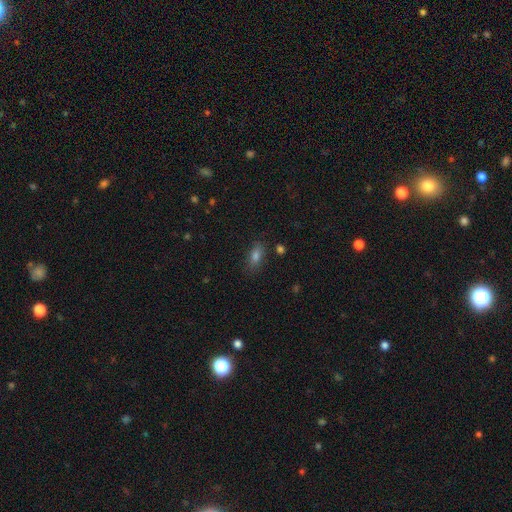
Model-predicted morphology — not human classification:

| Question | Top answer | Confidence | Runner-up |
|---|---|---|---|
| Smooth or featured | smooth | 77% | star or artifact (13%) |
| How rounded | in between | 82% | cigar-shaped (11%) |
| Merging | none | 82% | minor disturbance (13%) |